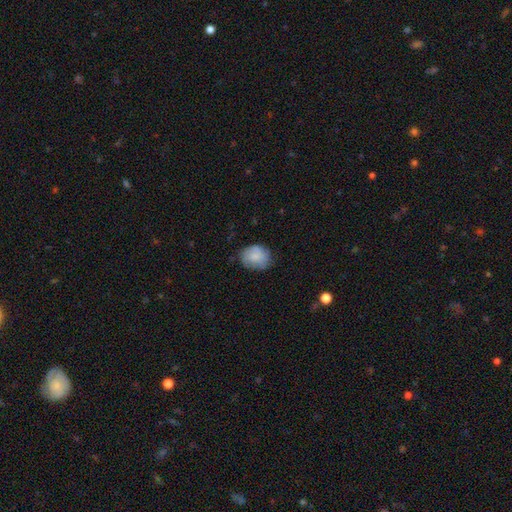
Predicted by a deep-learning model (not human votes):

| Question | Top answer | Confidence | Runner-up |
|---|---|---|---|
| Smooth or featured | smooth | 76% | featured or disk (17%) |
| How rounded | round | 50% | in between (49%) |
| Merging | none | 69% | minor disturbance (24%) |